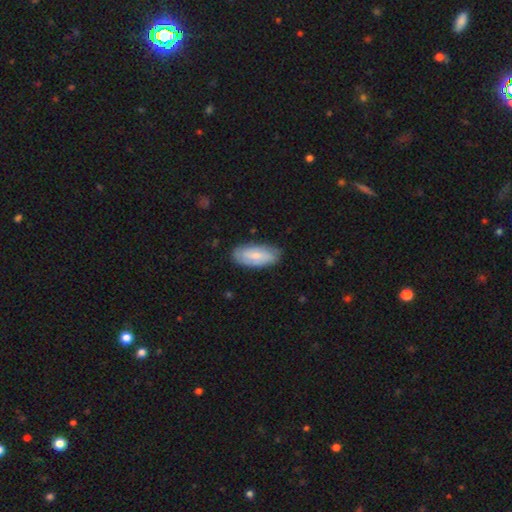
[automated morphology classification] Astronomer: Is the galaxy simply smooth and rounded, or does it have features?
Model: smooth — 60%.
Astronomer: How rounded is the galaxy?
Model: in between — 83%.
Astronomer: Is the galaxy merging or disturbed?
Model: none — 81%.